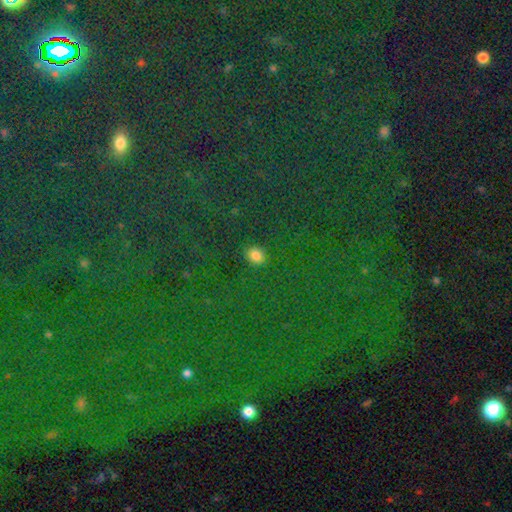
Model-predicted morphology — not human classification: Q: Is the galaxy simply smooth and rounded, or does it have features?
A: smooth — 79%.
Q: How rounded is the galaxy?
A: in between — 51%.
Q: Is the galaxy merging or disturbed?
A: none — 88%.